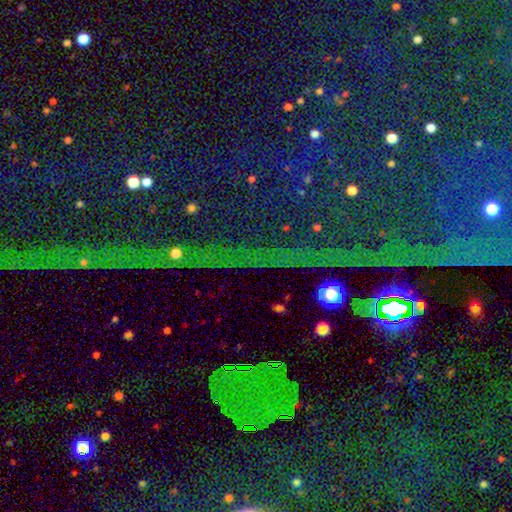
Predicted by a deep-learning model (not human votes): Smooth or featured: star or artifact — 85% (smooth — 8%)